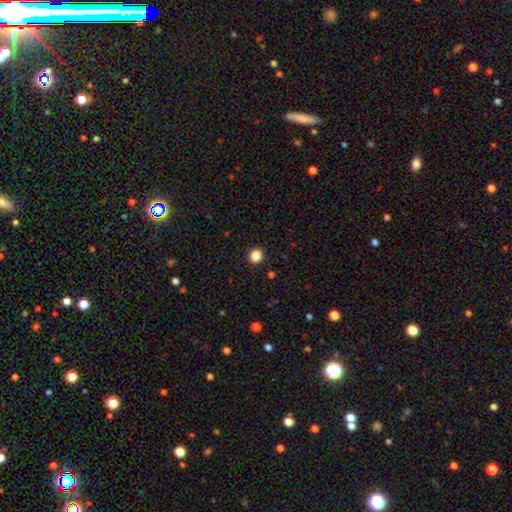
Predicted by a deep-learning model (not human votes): Morphology: type=smooth (87%); roundness=round (89%); merging=none (93%).